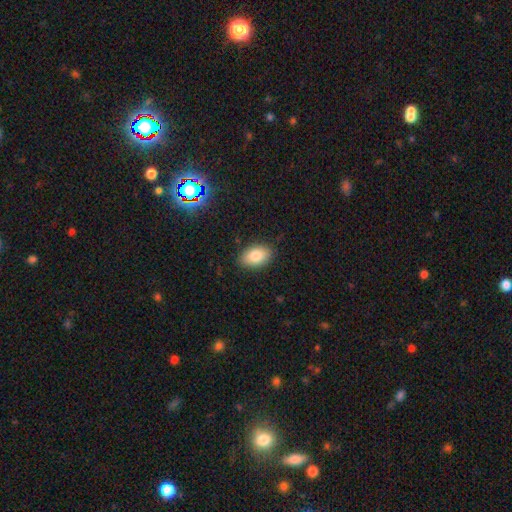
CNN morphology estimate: Overall: smooth (83%). How rounded: in between (92%). Merging: none (86%).